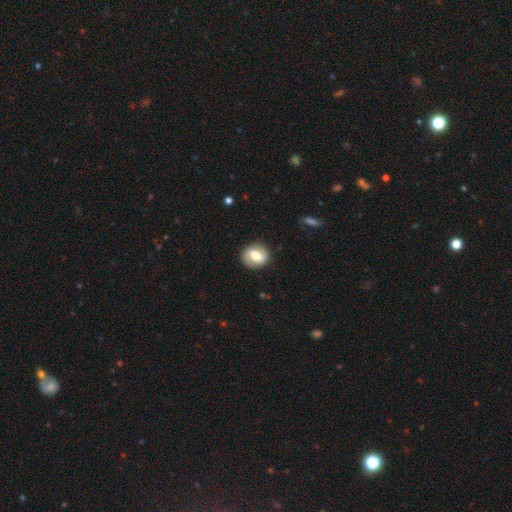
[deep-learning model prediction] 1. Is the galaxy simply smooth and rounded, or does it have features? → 62% smooth, 31% featured or disk, 7% star or artifact.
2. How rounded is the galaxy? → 65% round, 34% in between, 2% cigar-shaped.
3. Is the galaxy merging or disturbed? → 85% none, 10% minor disturbance, 3% major disturbance, 1% merger.